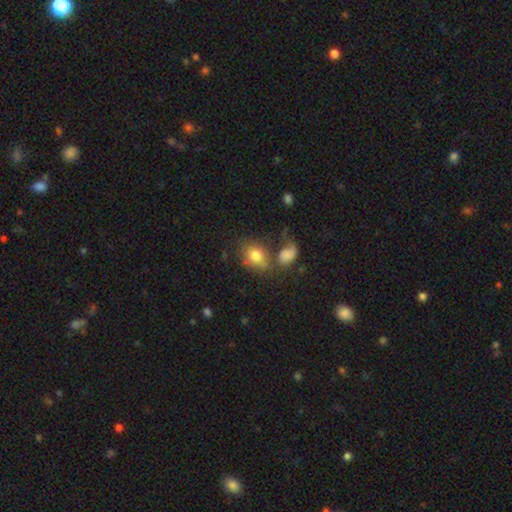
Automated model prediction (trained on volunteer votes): Smooth or featured?
  - smooth: 78% *
  - featured or disk: 13%
  - star or artifact: 10%
How rounded?
  - in between: 57% *
  - round: 41%
  - cigar-shaped: 1%
Merging?
  - none: 49% *
  - merger: 21%
  - minor disturbance: 19%
  - major disturbance: 10%